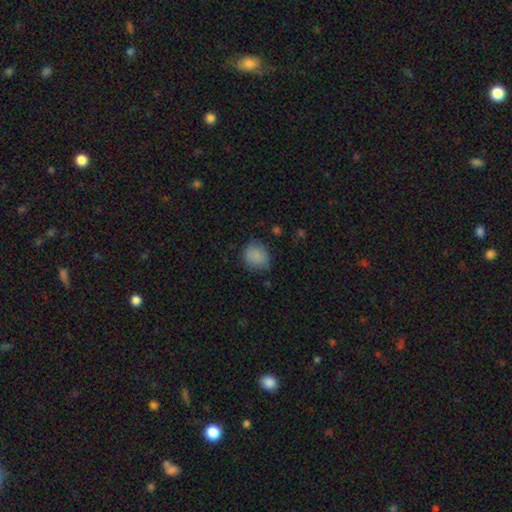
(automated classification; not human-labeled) A smooth galaxy with no disk features (86%) that is round (71%).

Vote fractions:
- Smooth or featured? smooth: 86% / star or artifact: 9% / featured or disk: 6%
- How rounded? round: 71% / in between: 28% / cigar-shaped: 1%
- Merging? none: 76% / minor disturbance: 19% / major disturbance: 4% / merger: 1%